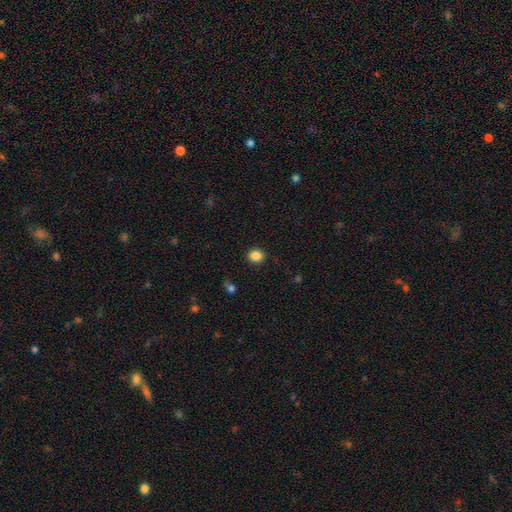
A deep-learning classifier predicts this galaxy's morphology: Smooth or featured? smooth (86%)
How rounded? round (72%)
Merging? none (90%)